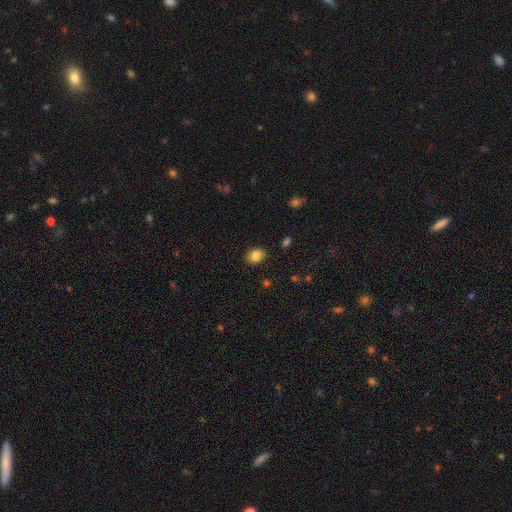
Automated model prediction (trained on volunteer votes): This is clearly a smooth galaxy (85%). How rounded: possibly in between (60%). Merging: clearly none (88%).